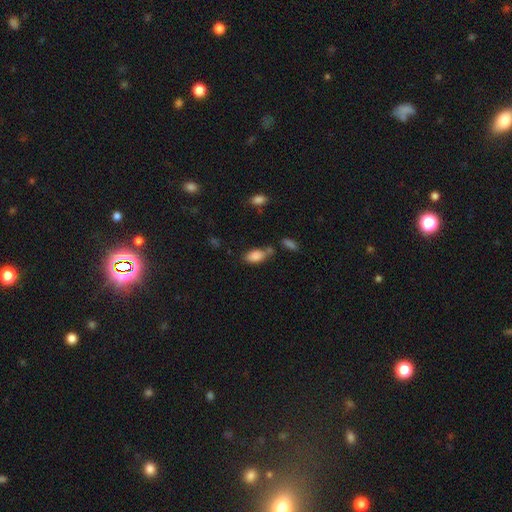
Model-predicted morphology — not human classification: Smooth or featured?
  - smooth: 85% *
  - star or artifact: 8%
  - featured or disk: 7%
How rounded?
  - in between: 91% *
  - cigar-shaped: 5%
  - round: 4%
Merging?
  - none: 54% *
  - minor disturbance: 20%
  - merger: 20%
  - major disturbance: 6%